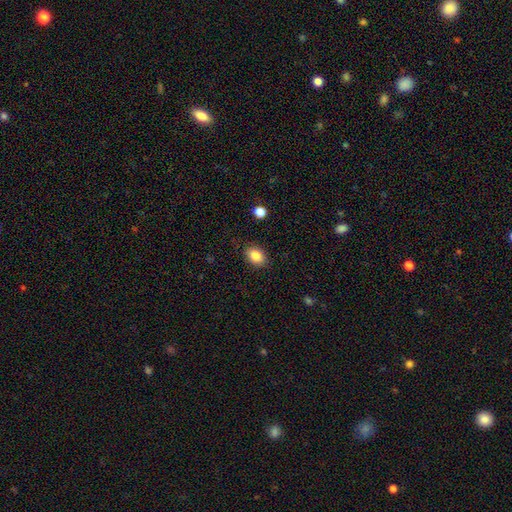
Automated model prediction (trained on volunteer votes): smooth-or-featured: smooth: 85% | star or artifact: 9% | featured or disk: 6%
  how-rounded: in between: 79% | round: 20% | cigar-shaped: 1%
  merging: none: 86% | minor disturbance: 10% | major disturbance: 3% | merger: 1%